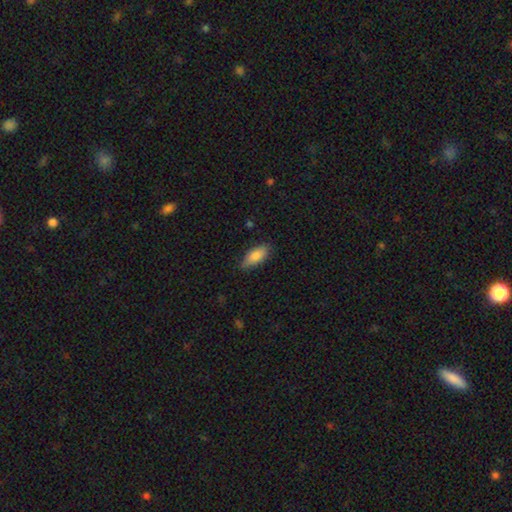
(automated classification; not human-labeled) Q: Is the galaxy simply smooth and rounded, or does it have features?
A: smooth — 84%.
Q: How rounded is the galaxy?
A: in between — 84%.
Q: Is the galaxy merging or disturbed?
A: none — 80%.